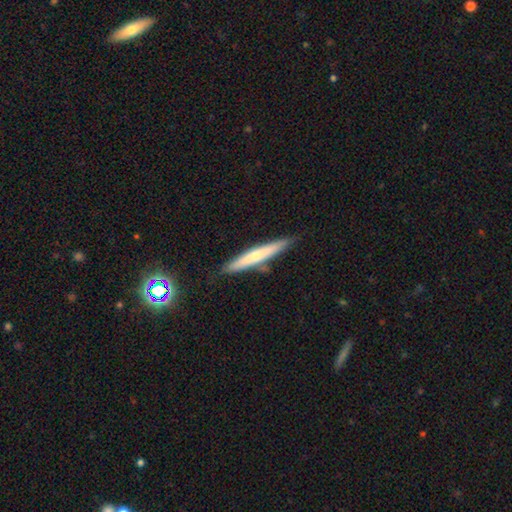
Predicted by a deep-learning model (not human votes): A smooth galaxy with no disk features (50%) that is cigar-shaped (93%). Merging: none (80%).